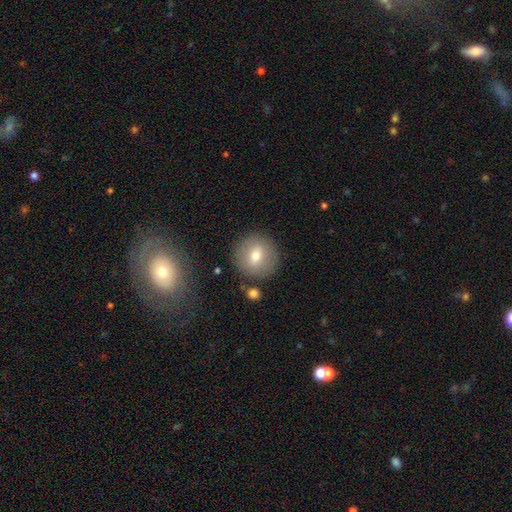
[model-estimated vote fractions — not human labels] This appears to be a smooth galaxy with no disk features (71%) that is round (91%). Merging: none (86%).